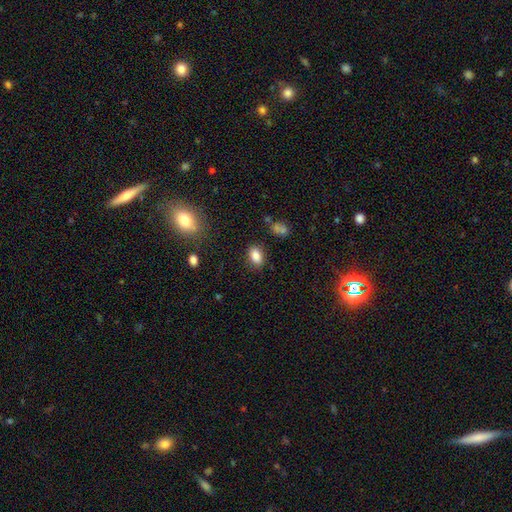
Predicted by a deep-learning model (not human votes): A smooth galaxy with no disk features (84%) that is in between round and cigar-shaped (84%).

Vote fractions:
- Smooth or featured? smooth: 84% / star or artifact: 10% / featured or disk: 6%
- How rounded? in between: 84% / round: 14% / cigar-shaped: 2%
- Merging? none: 84% / minor disturbance: 11% / major disturbance: 3% / merger: 2%